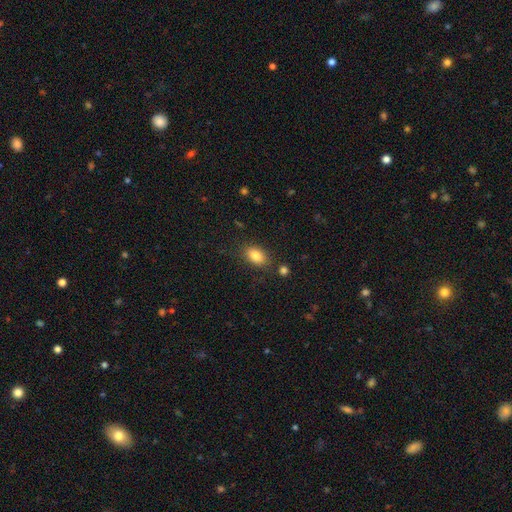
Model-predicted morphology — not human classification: Q: Smooth or featured?
A: smooth (84%); runner-up: star or artifact (9%)
Q: How rounded?
A: in between (86%); runner-up: round (13%)
Q: Merging?
A: none (81%); runner-up: minor disturbance (12%)